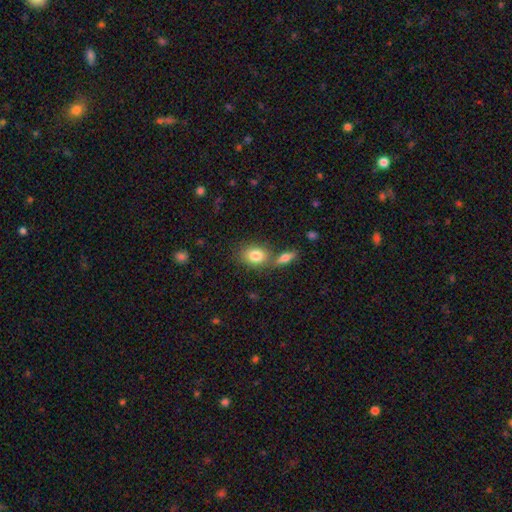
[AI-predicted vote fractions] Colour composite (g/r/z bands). It shows a smooth galaxy with no disk features (82%) that is in between round and cigar-shaped (70%). Merging: none (57%).